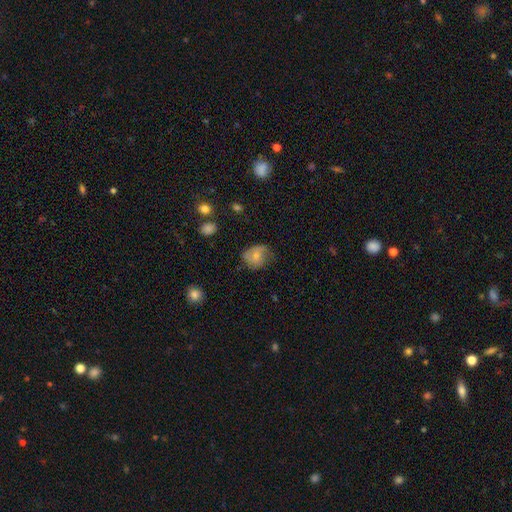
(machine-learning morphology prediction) The model was most divided on "how rounded": round: 56%, in between: 43%, cigar-shaped: 1%. Remaining: smooth or featured — smooth (56%); merging — none (49%).